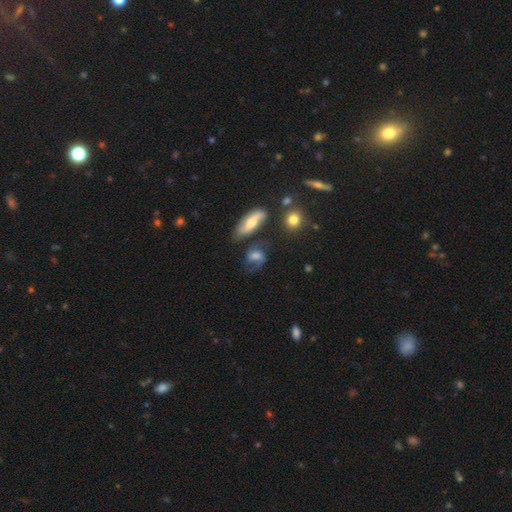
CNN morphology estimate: Overall: featured or disk (48%; smooth 41%). Merging: none (47%; minor disturbance 23%).